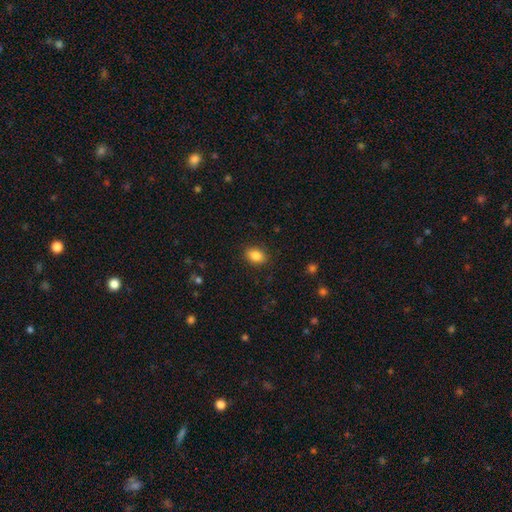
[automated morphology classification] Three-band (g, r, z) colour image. It shows a smooth galaxy with no disk features (85%) that is in between round and cigar-shaped (76%). Merging: none (87%).